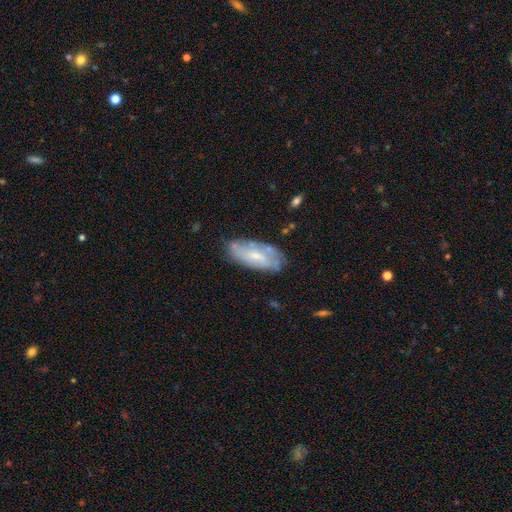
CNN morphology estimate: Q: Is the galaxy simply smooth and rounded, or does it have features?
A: featured or disk — 50%.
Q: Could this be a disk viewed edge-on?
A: no — 87%.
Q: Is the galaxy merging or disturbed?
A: none — 64%.